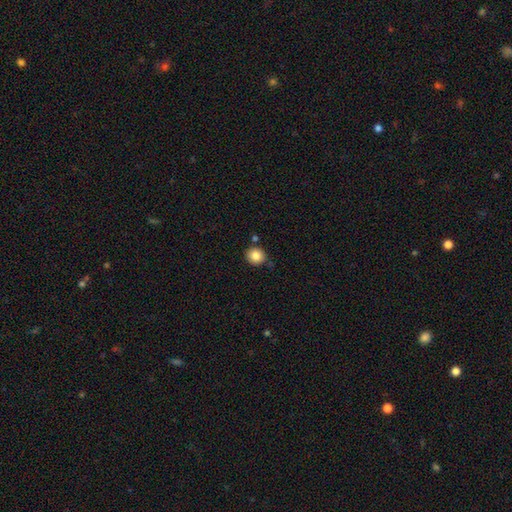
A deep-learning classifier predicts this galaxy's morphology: Smooth or featured? Predicted: smooth (p=0.84). How rounded? Predicted: round (p=0.89). Merging? Predicted: none (p=0.81).